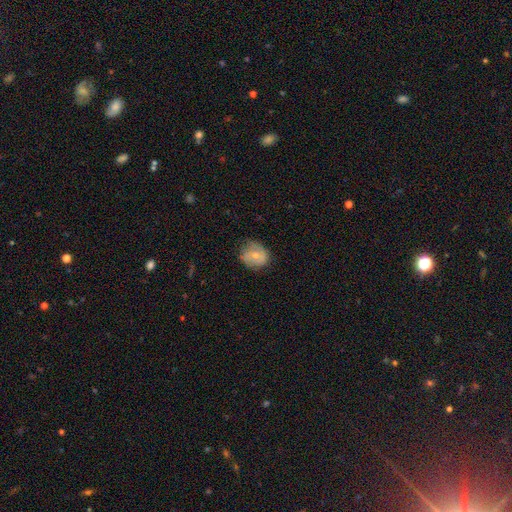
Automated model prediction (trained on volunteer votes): A smooth galaxy with no disk features (48%).

Vote fractions:
- Smooth or featured? smooth: 48% / featured or disk: 45% / star or artifact: 7%
- Merging? none: 65% / minor disturbance: 26% / major disturbance: 8% / merger: 1%